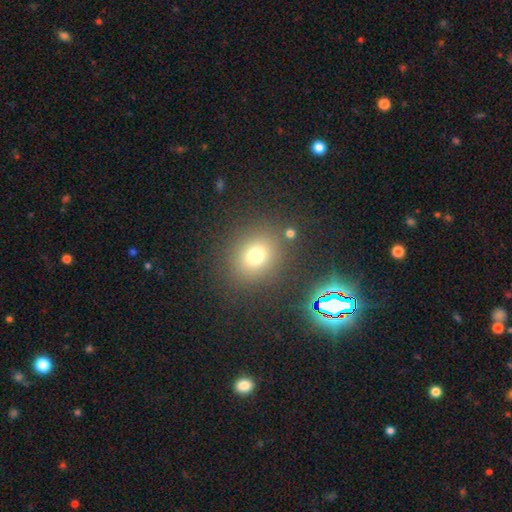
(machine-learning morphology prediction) A smooth galaxy with no disk features (71%) that is round (70%). Merging: none (83%).